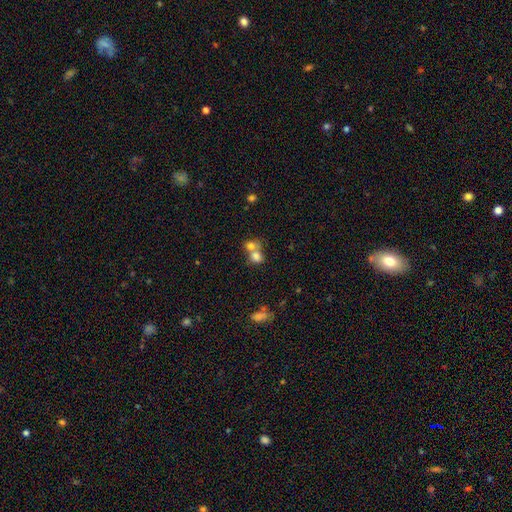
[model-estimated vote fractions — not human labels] Morphology: type=smooth (76%); roundness=round (63%); merging=merger (61%).